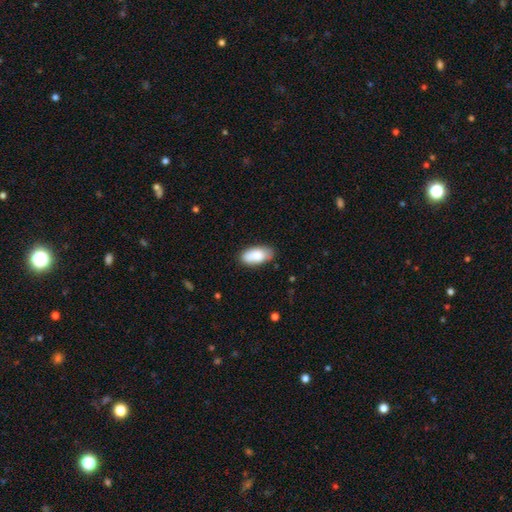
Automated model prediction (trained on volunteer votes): smooth-or-featured: smooth: 86% | featured or disk: 7% | star or artifact: 6%
  how-rounded: in between: 93% | cigar-shaped: 5% | round: 2%
  merging: none: 79% | minor disturbance: 17% | major disturbance: 3% | merger: 2%